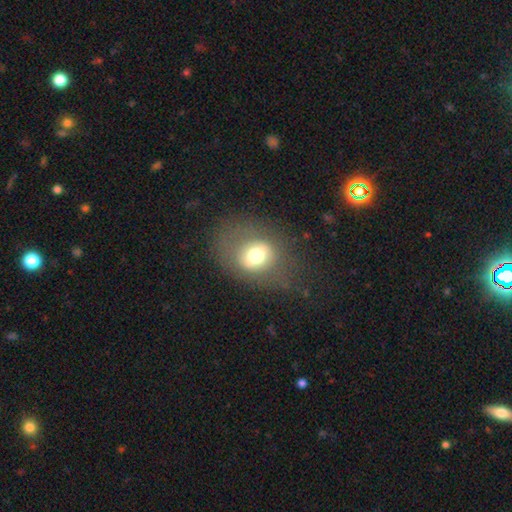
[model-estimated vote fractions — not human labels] Q: Smooth or featured?
A: smooth (62%); runner-up: featured or disk (25%)
Q: How rounded?
A: round (54%); runner-up: in between (44%)
Q: Merging?
A: none (70%); runner-up: minor disturbance (15%)